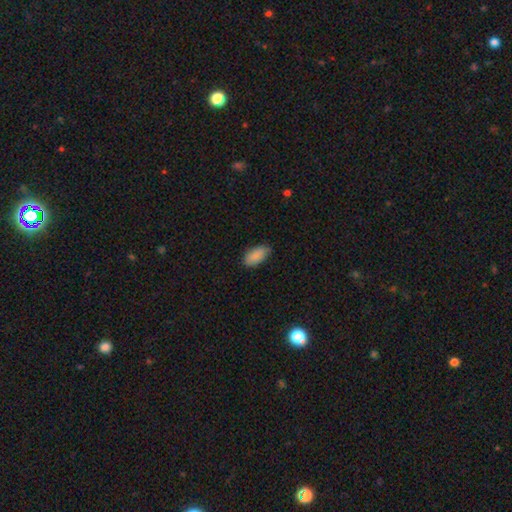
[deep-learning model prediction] smooth_or_featured: smooth (p=0.88) [alt: star or artifact p=0.07]
how_rounded: in between (p=0.93) [alt: cigar-shaped p=0.05]
merging: none (p=0.78) [alt: minor disturbance p=0.18]